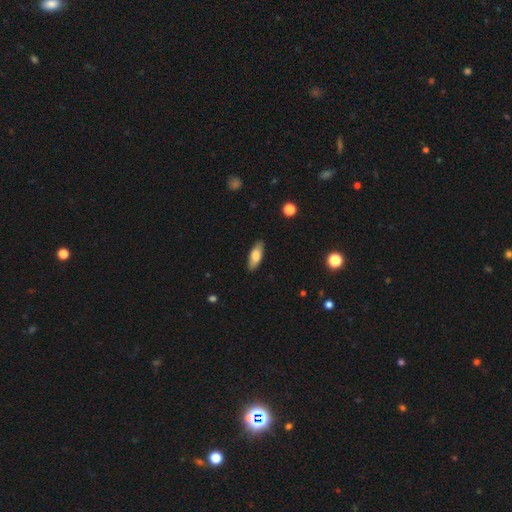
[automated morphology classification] Overall: smooth (75%). How rounded: in between (72%). Merging: none (87%).